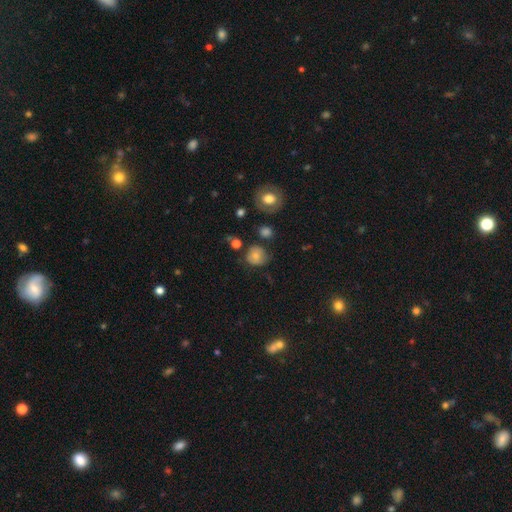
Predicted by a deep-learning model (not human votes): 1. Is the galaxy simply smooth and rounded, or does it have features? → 71% smooth, 18% featured or disk, 11% star or artifact.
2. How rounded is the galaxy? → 83% round, 16% in between, 1% cigar-shaped.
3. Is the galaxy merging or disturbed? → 60% none, 25% minor disturbance, 10% major disturbance, 5% merger.